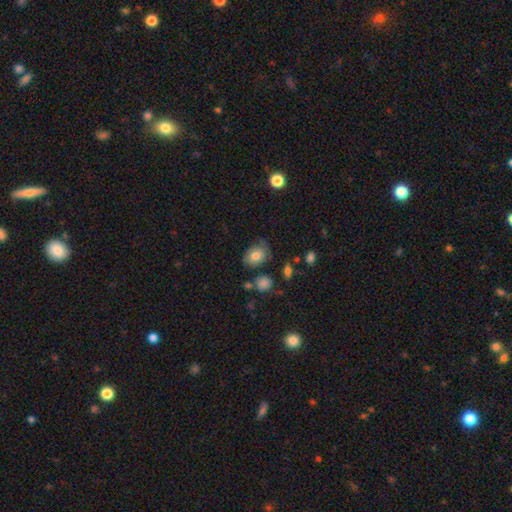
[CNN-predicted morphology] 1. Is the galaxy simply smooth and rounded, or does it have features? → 67% smooth, 24% featured or disk, 9% star or artifact.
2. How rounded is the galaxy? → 69% in between, 30% round, 1% cigar-shaped.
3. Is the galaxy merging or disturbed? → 57% none, 28% minor disturbance, 11% major disturbance, 4% merger.